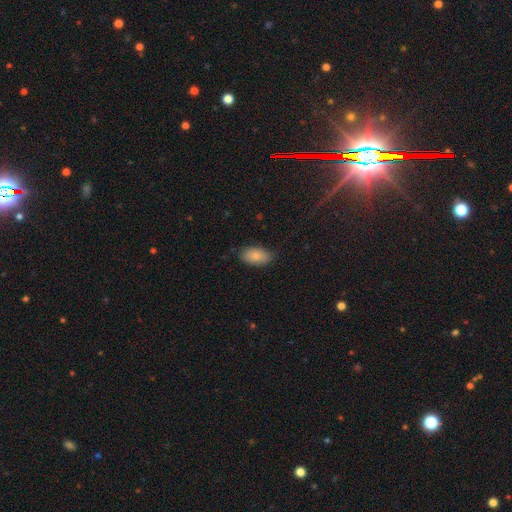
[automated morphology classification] Overall: smooth (84%). How rounded: in between (93%). Merging: none (80%).